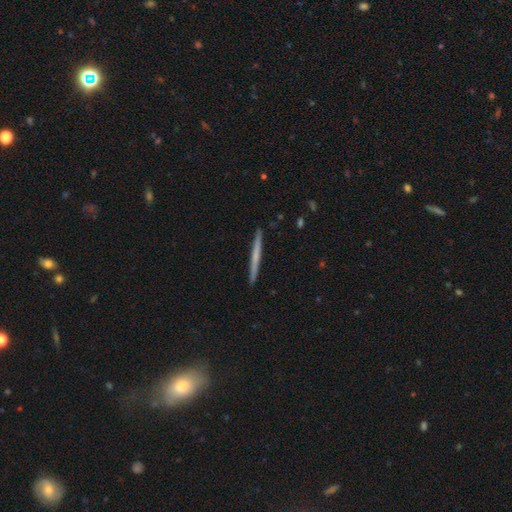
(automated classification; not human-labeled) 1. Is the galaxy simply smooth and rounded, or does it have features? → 49% smooth, 46% featured or disk, 5% star or artifact.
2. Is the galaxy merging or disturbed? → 93% none, 5% minor disturbance, 1% major disturbance, 1% merger.